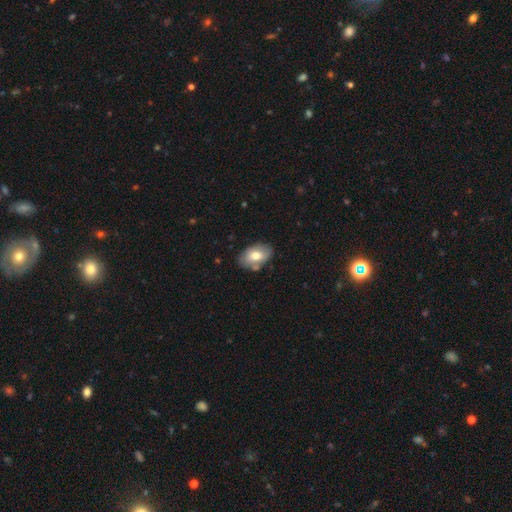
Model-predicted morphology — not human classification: This is likely a smooth galaxy (68%). How rounded: clearly in between (91%). Merging: likely none (74%).